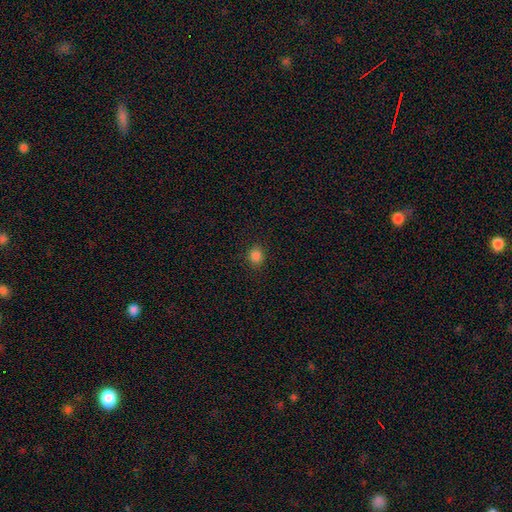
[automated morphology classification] Q: Smooth or featured?
A: smooth (84%); runner-up: star or artifact (12%)
Q: How rounded?
A: round (71%); runner-up: in between (28%)
Q: Merging?
A: none (89%); runner-up: minor disturbance (7%)